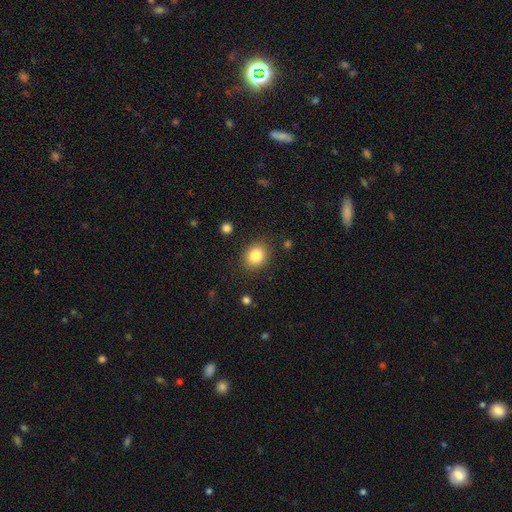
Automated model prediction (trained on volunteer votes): Smooth or featured? Predicted: smooth (p=0.83). How rounded? Predicted: round (p=0.57). Merging? Predicted: none (p=0.86).